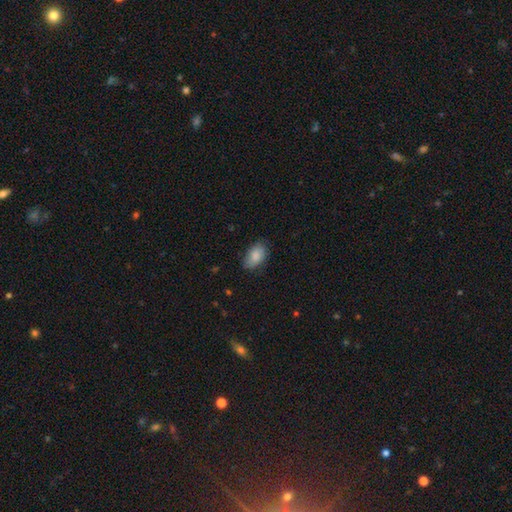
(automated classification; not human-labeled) Morphology: type=smooth (85%); roundness=in between (91%); merging=none (76%).